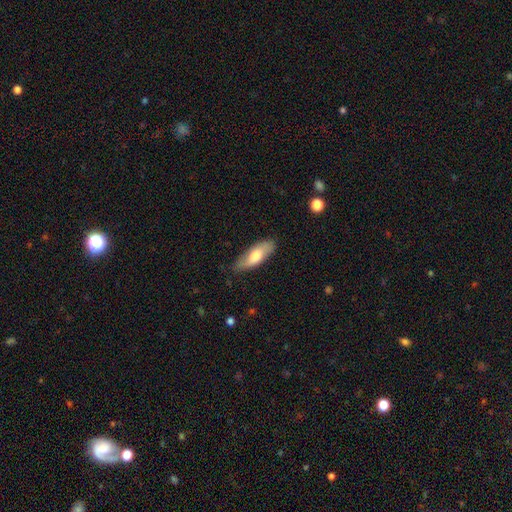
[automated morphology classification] smooth-or-featured: smooth: 62% | featured or disk: 33% | star or artifact: 5%
  how-rounded: in between: 68% | cigar-shaped: 30% | round: 3%
  merging: none: 80% | minor disturbance: 16% | major disturbance: 3% | merger: 1%